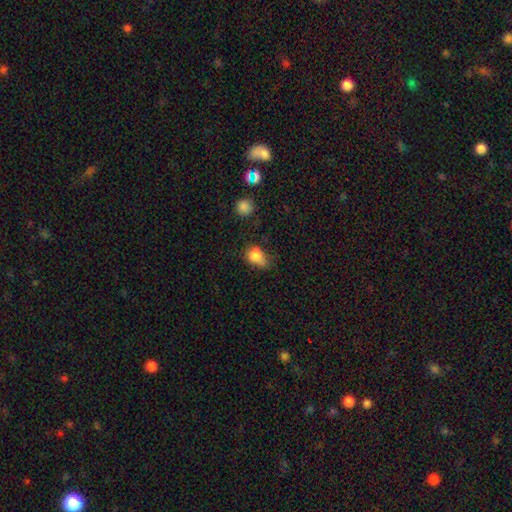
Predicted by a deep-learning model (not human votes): Smooth or featured? Predicted: smooth (p=0.81). How rounded? Predicted: in between (p=0.53). Merging? Predicted: minor disturbance (p=0.39).